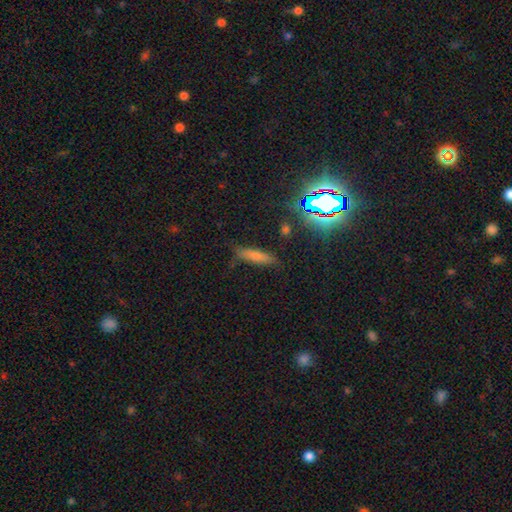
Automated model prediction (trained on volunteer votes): Smooth or featured: smooth — 60% (star or artifact — 21%)
How rounded: cigar-shaped — 76% (in between — 21%)
Merging: none — 79% (minor disturbance — 15%)